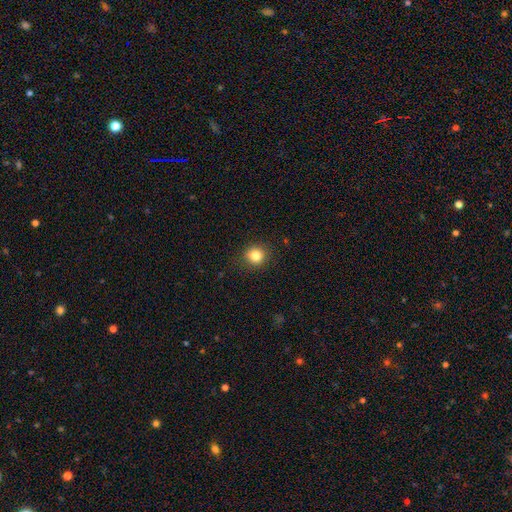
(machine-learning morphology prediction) This is clearly a smooth galaxy (83%). How rounded: clearly round (86%). Merging: clearly none (88%).